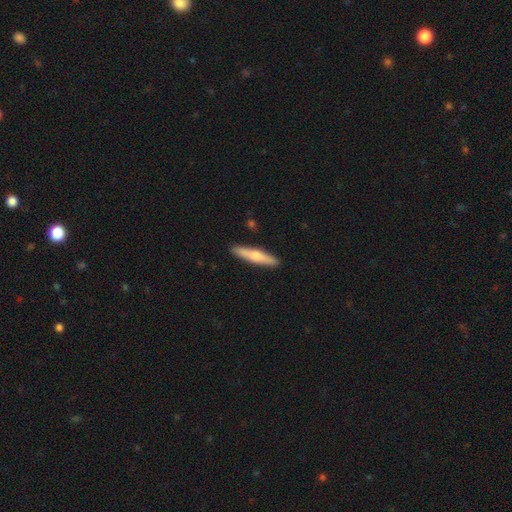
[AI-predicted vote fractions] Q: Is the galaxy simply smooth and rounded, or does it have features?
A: smooth — 54%.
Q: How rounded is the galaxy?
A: cigar-shaped — 89%.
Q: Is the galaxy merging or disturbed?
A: none — 91%.